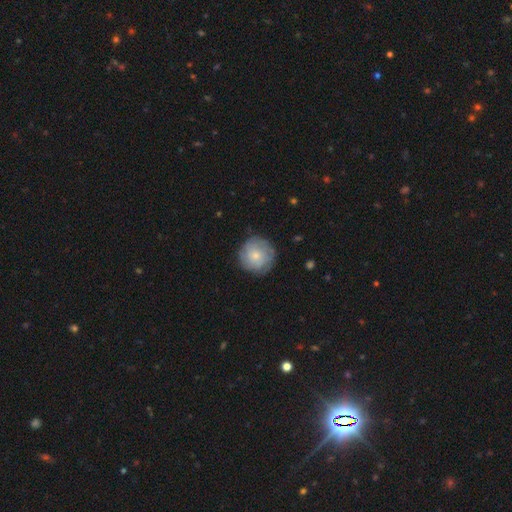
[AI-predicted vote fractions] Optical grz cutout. It shows a smooth galaxy with no disk features (64%) that is round (94%). Merging: none (81%).